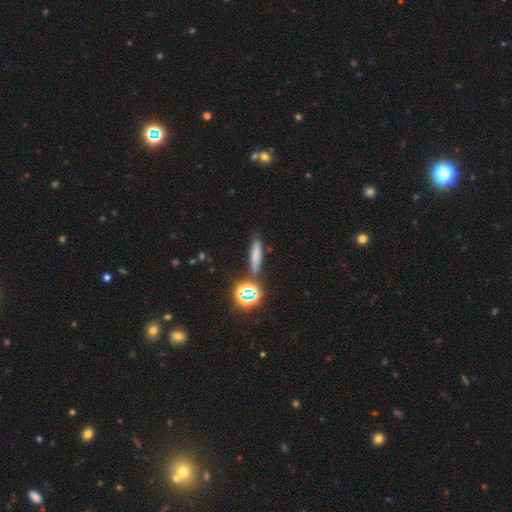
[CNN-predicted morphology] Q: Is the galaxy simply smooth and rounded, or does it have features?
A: smooth — 67%.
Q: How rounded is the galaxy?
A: cigar-shaped — 78%.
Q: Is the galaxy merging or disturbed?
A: none — 80%.